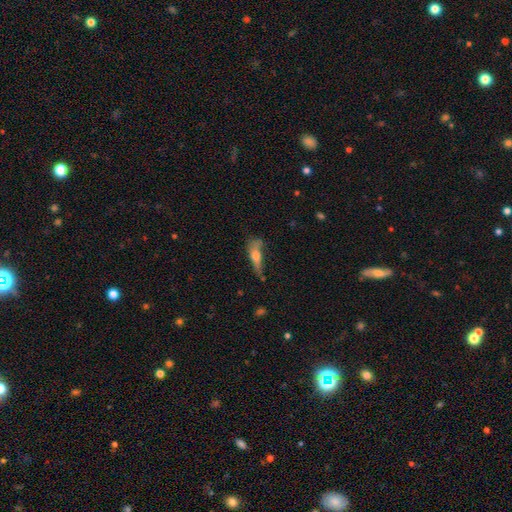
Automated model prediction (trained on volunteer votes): Morphology: type=smooth (57%); roundness=cigar-shaped (57%); merging=none (32%).